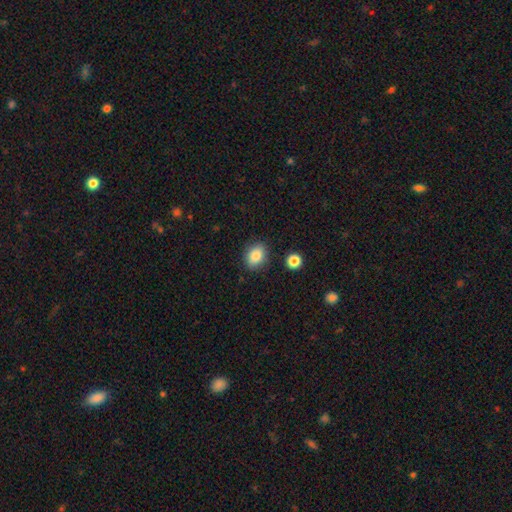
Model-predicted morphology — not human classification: A smooth galaxy with no disk features (84%) that is in between round and cigar-shaped (65%).

Vote fractions:
- Smooth or featured? smooth: 84% / star or artifact: 9% / featured or disk: 7%
- How rounded? in between: 65% / round: 34% / cigar-shaped: 1%
- Merging? none: 84% / minor disturbance: 11% / major disturbance: 3% / merger: 2%